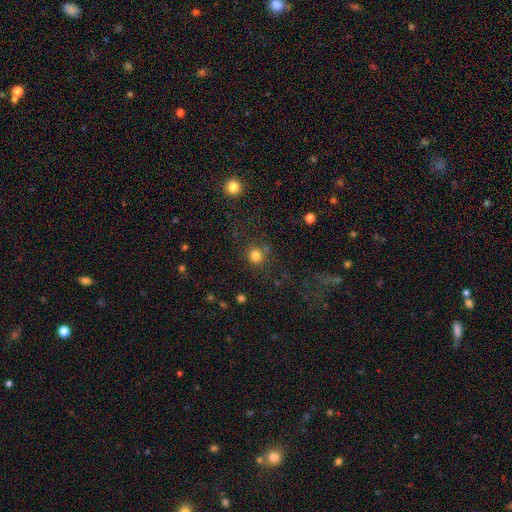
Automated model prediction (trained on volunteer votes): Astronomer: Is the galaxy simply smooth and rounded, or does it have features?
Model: smooth — 80%.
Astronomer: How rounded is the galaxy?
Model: round — 91%.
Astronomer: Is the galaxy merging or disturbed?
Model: none — 78%.